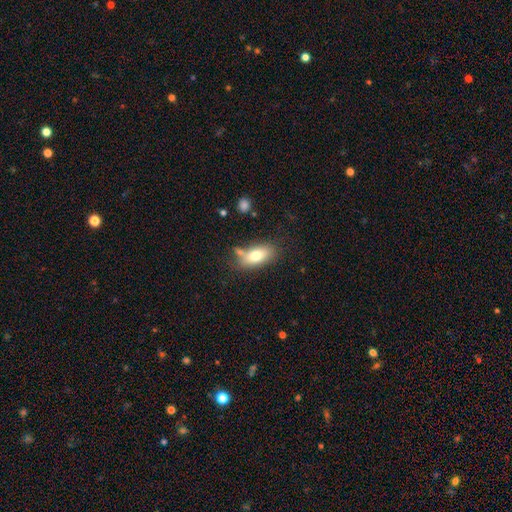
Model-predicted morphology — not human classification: type=smooth (74%); roundness=in between (87%); merging=none (63%).